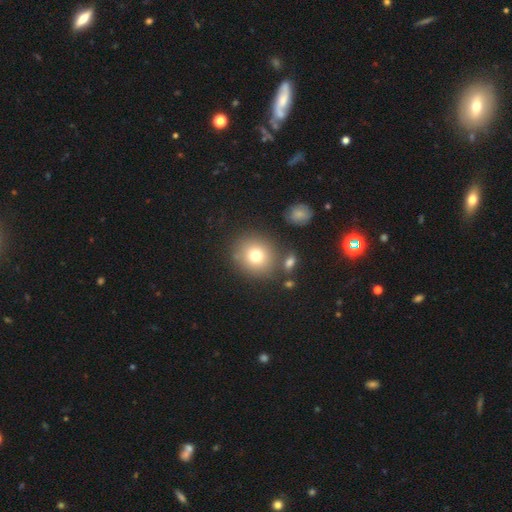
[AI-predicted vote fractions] smooth-or-featured: smooth: 75% | featured or disk: 12% | star or artifact: 12%
  how-rounded: round: 86% | in between: 13% | cigar-shaped: 1%
  merging: none: 78% | minor disturbance: 10% | merger: 8% | major disturbance: 4%